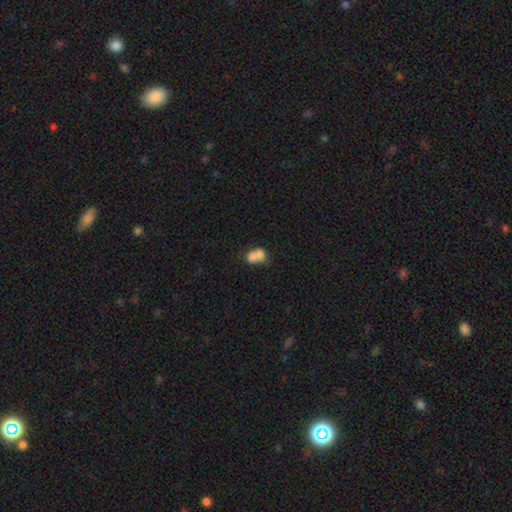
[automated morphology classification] smooth 70%, featured or disk 21%, star or artifact 9%. Down the decision tree: how rounded — in between (54%); merging — merger (69%).